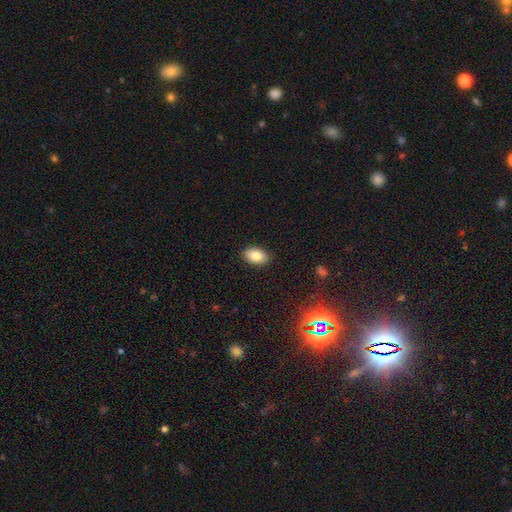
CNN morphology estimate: The model was most divided on "smooth or featured": smooth: 83%, featured or disk: 9%, star or artifact: 8%. More confident: how rounded — in between (91%); merging — none (88%).